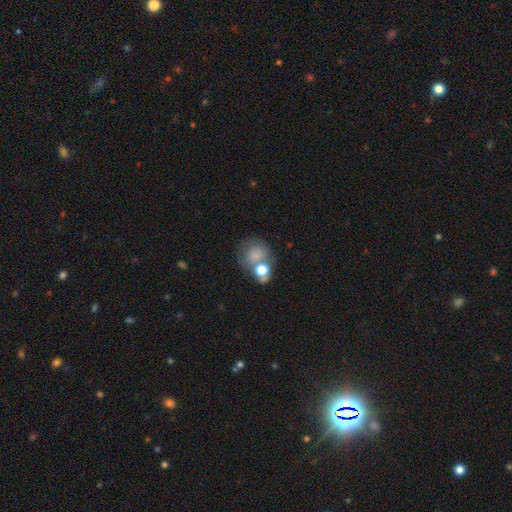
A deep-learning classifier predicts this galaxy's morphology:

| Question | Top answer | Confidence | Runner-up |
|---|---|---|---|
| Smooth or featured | smooth | 67% | featured or disk (22%) |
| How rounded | round | 68% | in between (31%) |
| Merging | merger | 41% | none (31%) |